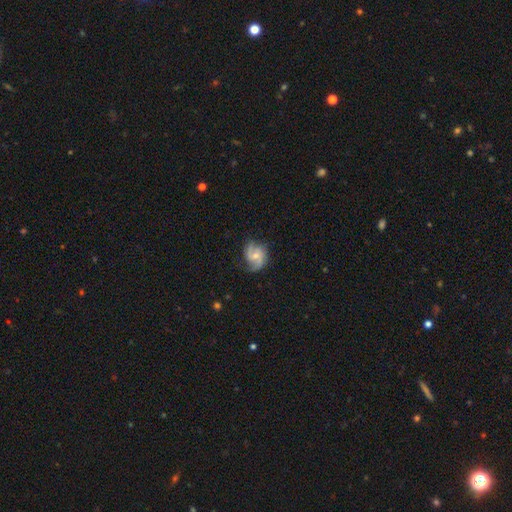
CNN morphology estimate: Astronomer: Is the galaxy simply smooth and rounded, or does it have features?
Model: featured or disk — 70%.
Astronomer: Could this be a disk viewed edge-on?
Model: no — 98%.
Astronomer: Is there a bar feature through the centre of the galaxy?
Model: no — 58% (runner-up: weak, 35%).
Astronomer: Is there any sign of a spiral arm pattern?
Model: yes — 92%.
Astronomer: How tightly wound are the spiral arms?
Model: medium — 45% (runner-up: loose, 33%).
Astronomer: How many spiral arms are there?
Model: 2 — 71%.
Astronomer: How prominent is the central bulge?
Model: small — 50% (runner-up: moderate, 45%).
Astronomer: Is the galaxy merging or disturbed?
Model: none — 61%.